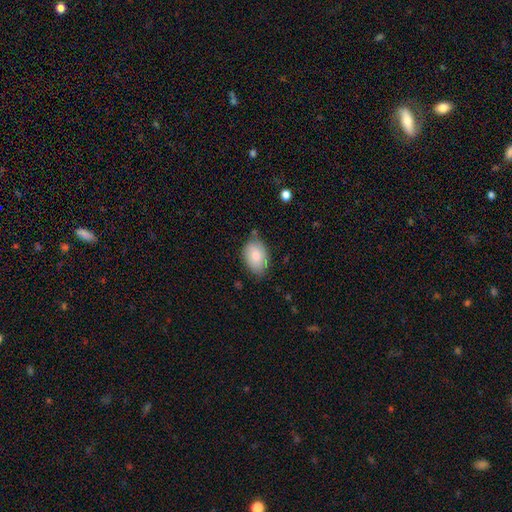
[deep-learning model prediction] This is clearly a smooth galaxy (80%). How rounded: clearly in between (85%). Merging: likely none (70%).